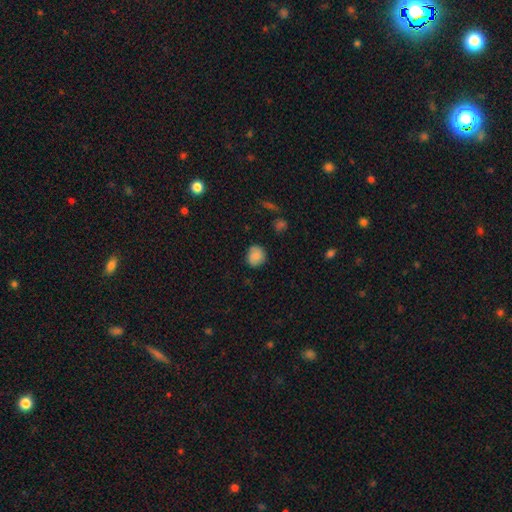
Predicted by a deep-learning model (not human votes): Morphology: type=smooth (81%); roundness=round (81%); merging=none (80%).